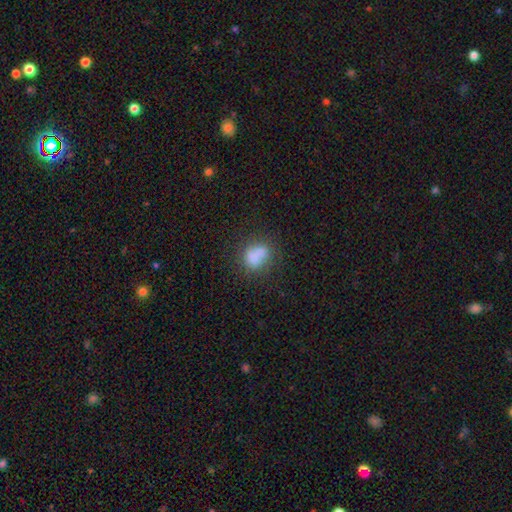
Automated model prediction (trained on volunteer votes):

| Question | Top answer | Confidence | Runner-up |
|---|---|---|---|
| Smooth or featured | smooth | 71% | featured or disk (16%) |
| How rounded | in between | 61% | round (36%) |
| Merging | none | 51% | minor disturbance (24%) |